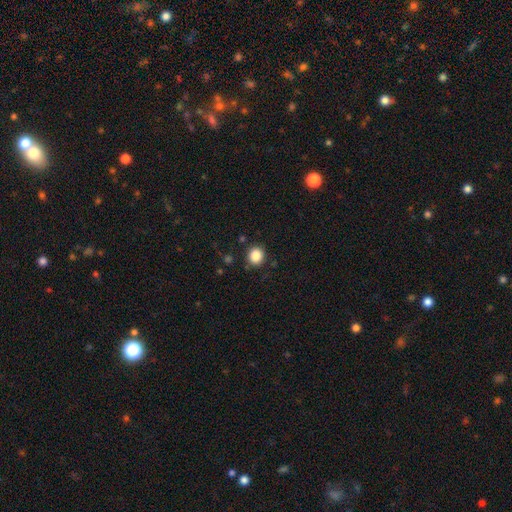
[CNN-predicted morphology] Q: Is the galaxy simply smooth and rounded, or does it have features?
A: smooth — 86%.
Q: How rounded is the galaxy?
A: round — 80%.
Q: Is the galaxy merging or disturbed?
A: none — 86%.